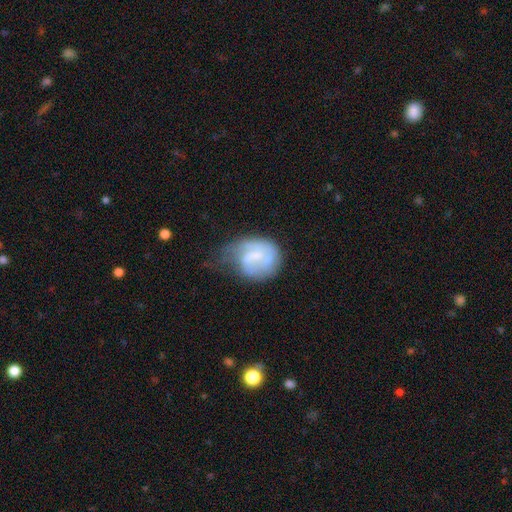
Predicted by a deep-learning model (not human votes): smooth_or_featured: featured or disk (p=0.58) [alt: smooth p=0.34]
disk_edge_on: no (p=0.97) [alt: yes p=0.03]
bar: weak (p=0.48) [alt: no p=0.42]
has_spiral_arms: yes (p=0.73) [alt: no p=0.27]
bulge_size: small (p=0.53) [alt: moderate p=0.23]
merging: minor disturbance (p=0.35) [alt: none p=0.31]